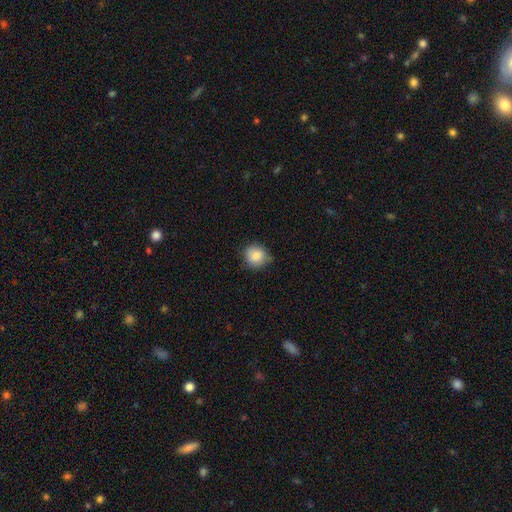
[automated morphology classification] type=smooth (84%); roundness=round (87%); merging=none (73%).